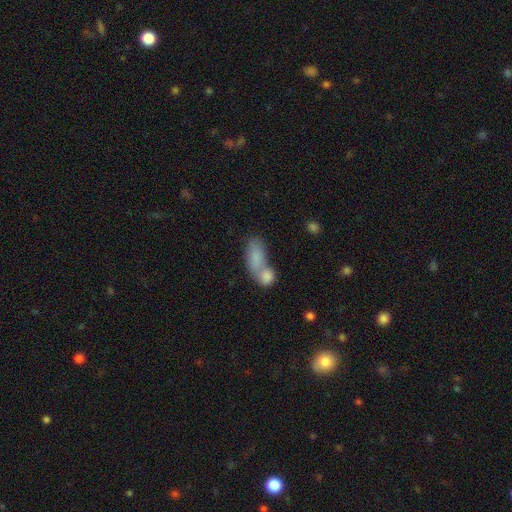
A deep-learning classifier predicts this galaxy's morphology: Smooth or featured?
  - smooth: 81% *
  - featured or disk: 12%
  - star or artifact: 7%
How rounded?
  - in between: 84% *
  - cigar-shaped: 9%
  - round: 7%
Merging?
  - merger: 65% *
  - none: 21%
  - minor disturbance: 8%
  - major disturbance: 6%